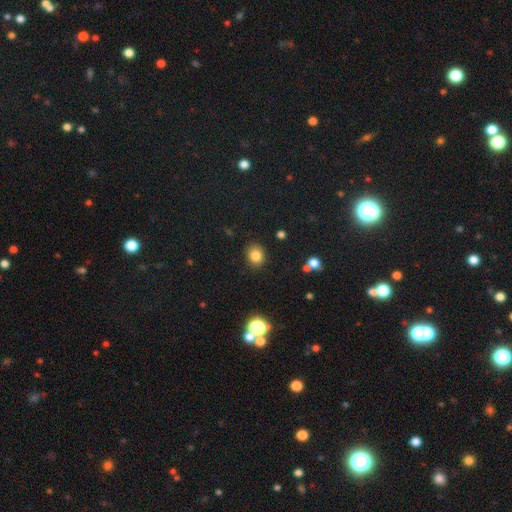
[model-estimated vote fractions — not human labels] This is clearly a smooth galaxy (83%). How rounded: likely round (67%). Merging: clearly none (87%).